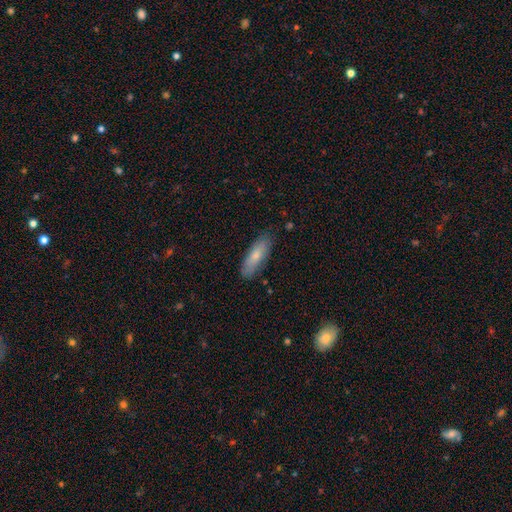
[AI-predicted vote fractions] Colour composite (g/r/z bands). It shows a smooth galaxy with no disk features (74%) that is in between round and cigar-shaped (51%). Merging: none (83%).